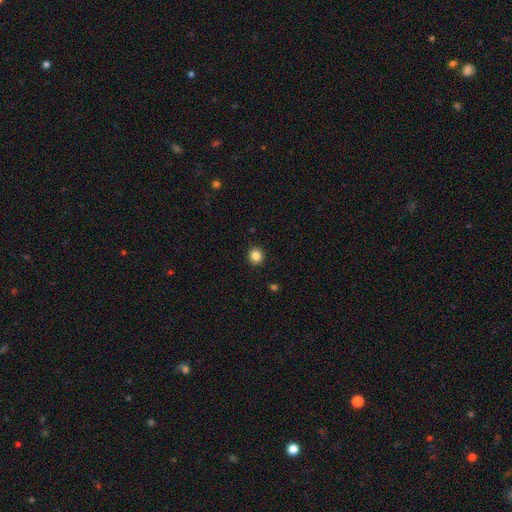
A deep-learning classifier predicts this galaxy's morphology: Smooth or featured: smooth — 86% (star or artifact — 11%)
How rounded: round — 90% (in between — 9%)
Merging: none — 92% (minor disturbance — 5%)